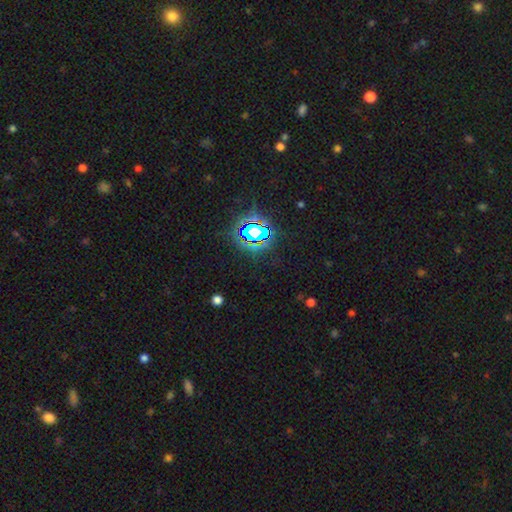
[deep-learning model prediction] Morphology: type=star or artifact (80%).